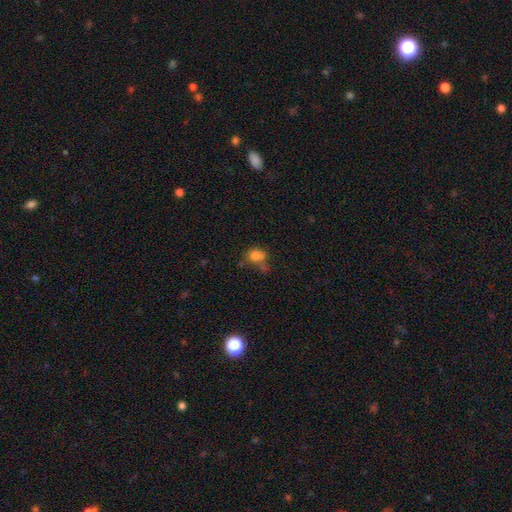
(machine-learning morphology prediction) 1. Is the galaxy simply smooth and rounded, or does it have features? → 73% smooth, 14% star or artifact, 13% featured or disk.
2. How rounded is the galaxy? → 54% round, 45% in between, 2% cigar-shaped.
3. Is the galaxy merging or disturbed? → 34% none, 31% merger, 19% minor disturbance, 15% major disturbance.